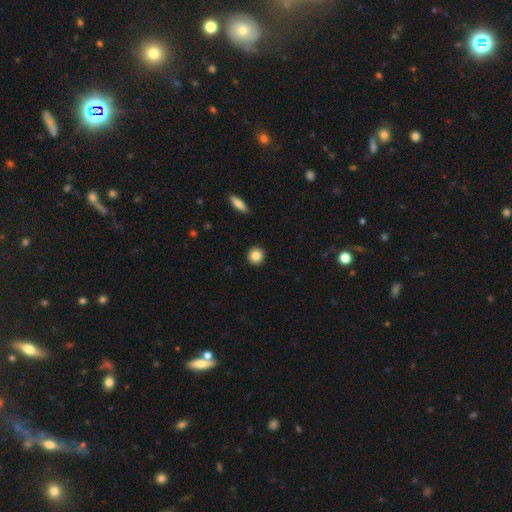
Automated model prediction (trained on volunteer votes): Smooth or featured?
  - smooth: 85% *
  - star or artifact: 9%
  - featured or disk: 6%
How rounded?
  - round: 93% *
  - in between: 6%
  - cigar-shaped: 1%
Merging?
  - none: 93% *
  - minor disturbance: 5%
  - major disturbance: 1%
  - merger: 1%